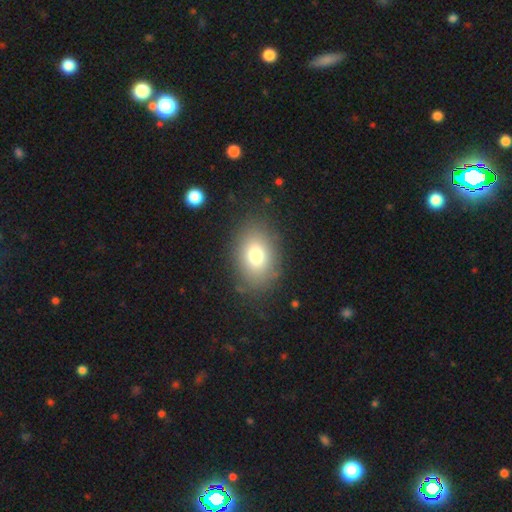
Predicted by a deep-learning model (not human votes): smooth-or-featured: smooth: 77% | featured or disk: 12% | star or artifact: 11%
  how-rounded: in between: 76% | round: 23% | cigar-shaped: 1%
  merging: none: 82% | minor disturbance: 12% | major disturbance: 5% | merger: 2%